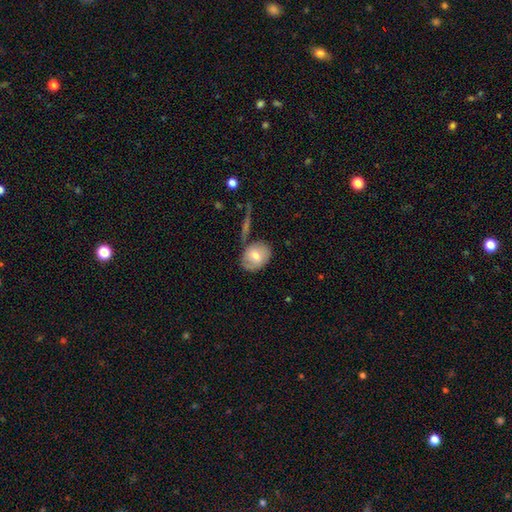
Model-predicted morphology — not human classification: smooth-or-featured: smooth: 65% | featured or disk: 29% | star or artifact: 7%
  how-rounded: in between: 57% | round: 41% | cigar-shaped: 2%
  merging: none: 64% | minor disturbance: 19% | merger: 11% | major disturbance: 5%